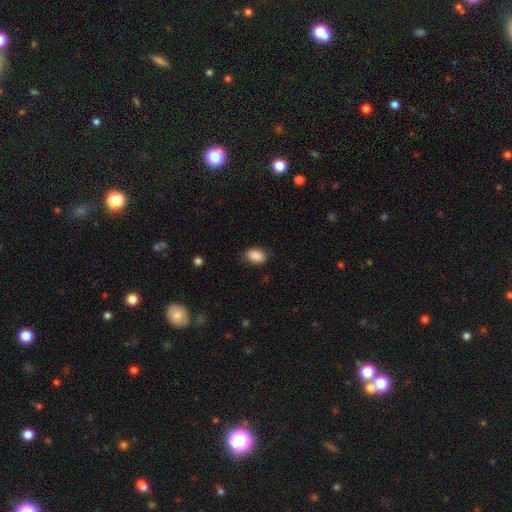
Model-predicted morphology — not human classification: type=smooth (89%); roundness=in between (89%); merging=none (78%).